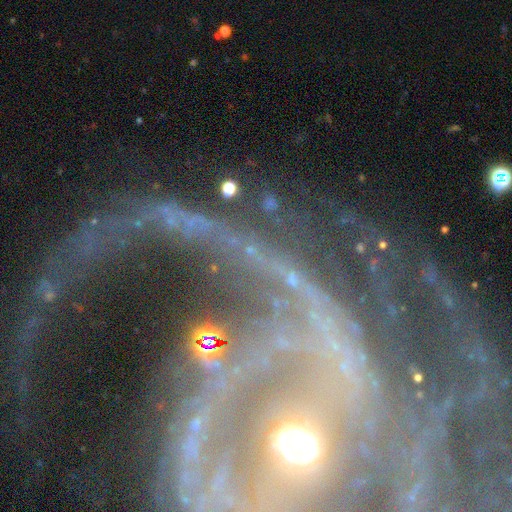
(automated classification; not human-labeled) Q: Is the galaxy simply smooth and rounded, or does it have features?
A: featured or disk — 50%.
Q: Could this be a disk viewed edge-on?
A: no — 86%.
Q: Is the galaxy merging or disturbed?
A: none — 53%.